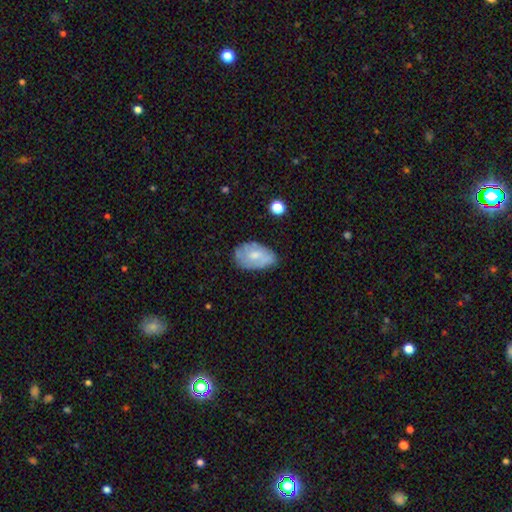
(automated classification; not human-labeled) smooth_or_featured: smooth (p=0.58) [alt: featured or disk p=0.35]
how_rounded: in between (p=0.90) [alt: round p=0.09]
merging: none (p=0.60) [alt: minor disturbance p=0.30]